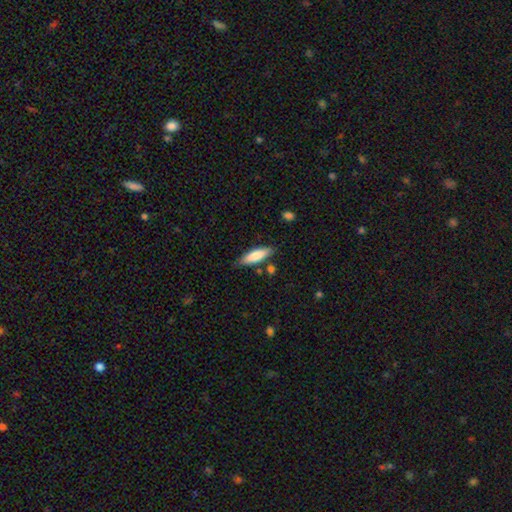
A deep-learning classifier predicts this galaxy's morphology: This appears to be a smooth galaxy with no disk features (80%) that is cigar-shaped (52%). Merging: none (78%).